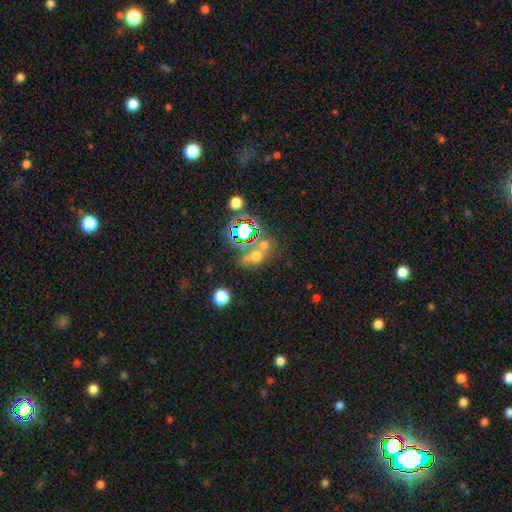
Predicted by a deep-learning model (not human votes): A smooth galaxy with no disk features (50%) that is round (65%). Merging: none (48%).